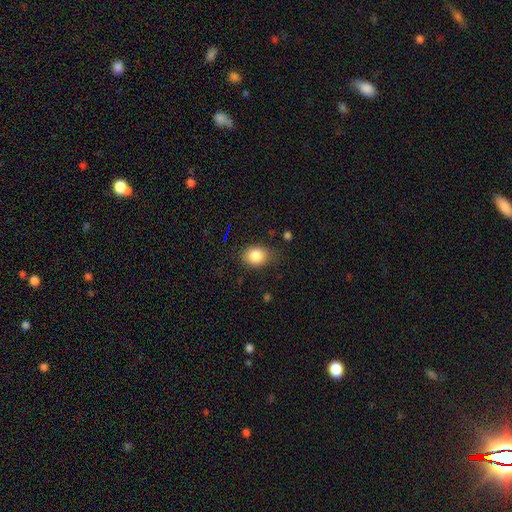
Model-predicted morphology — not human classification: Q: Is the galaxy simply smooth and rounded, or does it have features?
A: smooth — 84%.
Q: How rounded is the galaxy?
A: in between — 58%.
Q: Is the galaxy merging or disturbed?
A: none — 75%.